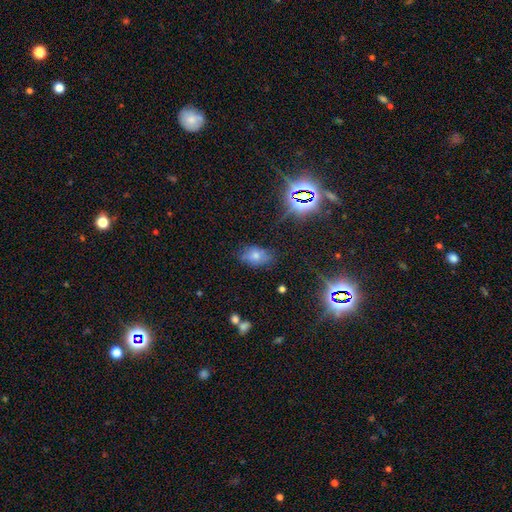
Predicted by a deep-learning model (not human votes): This appears to be a smooth galaxy with no disk features (61%) that is in between round and cigar-shaped (85%). Merging: none (72%).